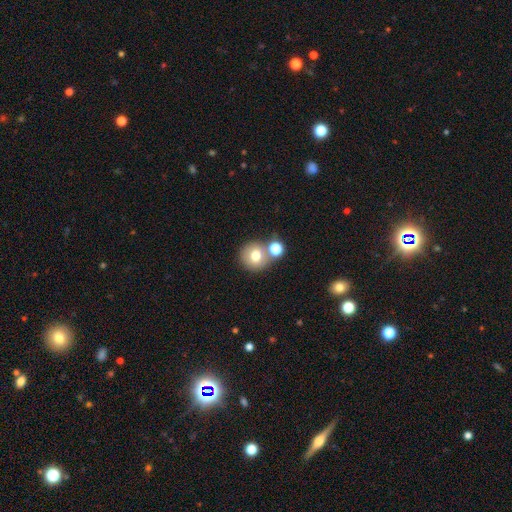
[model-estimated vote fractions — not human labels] This appears to be a smooth galaxy with no disk features (73%) that is round (89%). Merging: none (60%).